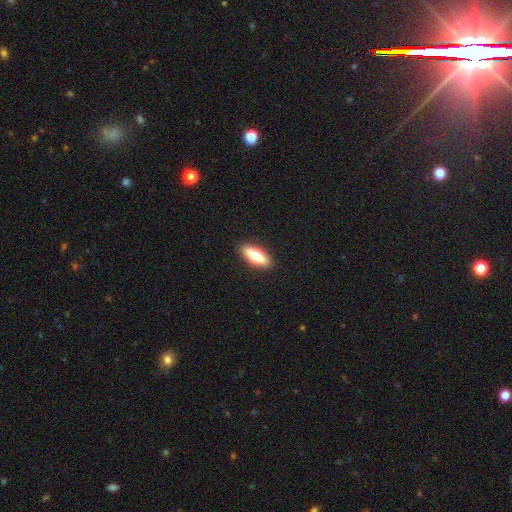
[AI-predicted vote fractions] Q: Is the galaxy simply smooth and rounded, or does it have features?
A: smooth — 62%.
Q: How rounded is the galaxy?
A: in between — 59%.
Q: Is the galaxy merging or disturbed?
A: none — 90%.